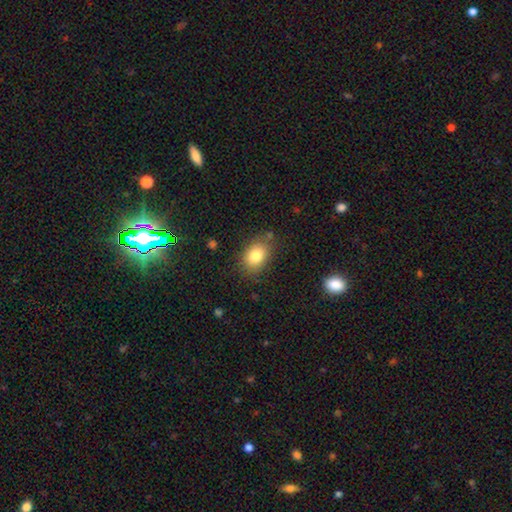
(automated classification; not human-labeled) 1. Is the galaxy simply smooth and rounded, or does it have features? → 82% smooth, 9% featured or disk, 9% star or artifact.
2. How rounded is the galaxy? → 75% in between, 23% round, 1% cigar-shaped.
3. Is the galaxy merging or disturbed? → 78% none, 16% minor disturbance, 4% major disturbance, 3% merger.